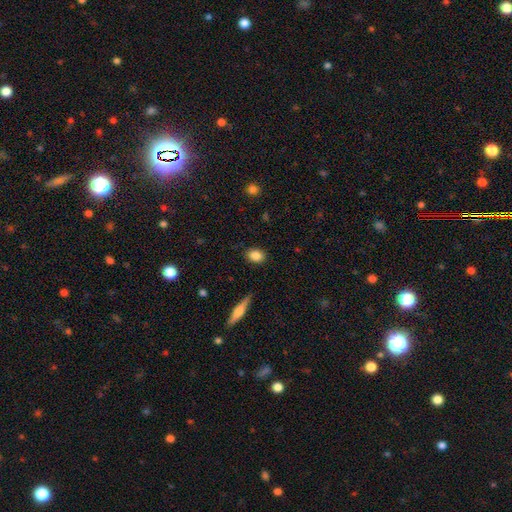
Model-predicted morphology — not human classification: type=smooth (85%); roundness=in between (68%); merging=none (87%).